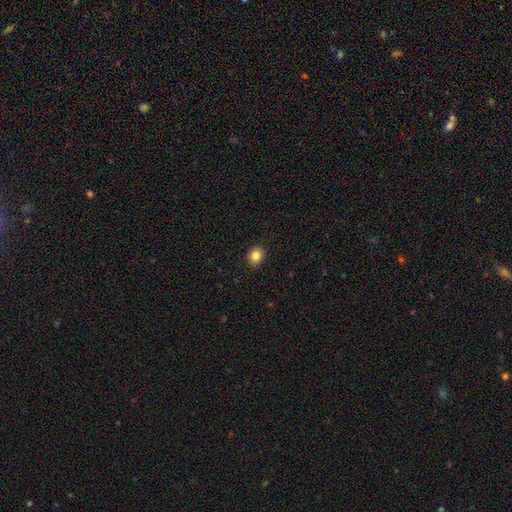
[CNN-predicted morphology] smooth 85%, star or artifact 10%, featured or disk 5%. Down the decision tree: how rounded — round (66%); merging — none (90%).